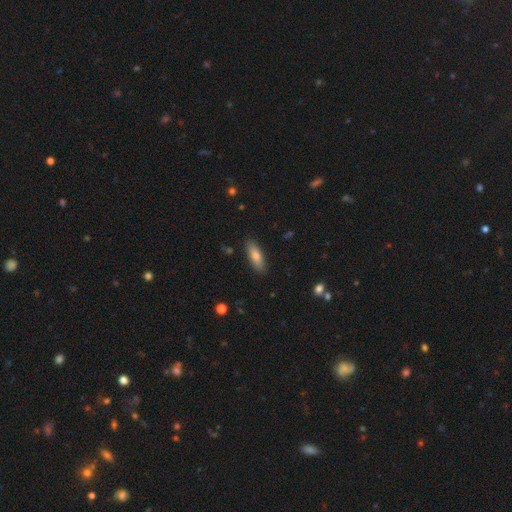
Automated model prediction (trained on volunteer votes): Smooth or featured? Predicted: smooth (p=0.78). How rounded? Predicted: in between (p=0.61). Merging? Predicted: none (p=0.88).